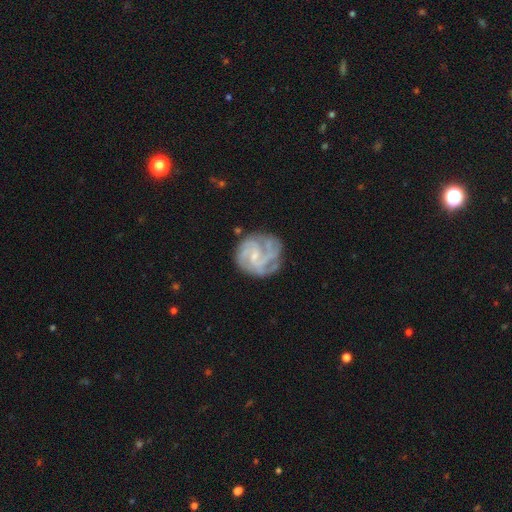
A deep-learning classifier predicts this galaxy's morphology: The model was most divided on "bar": no: 46%, weak: 45%, strong: 9%. Remaining: edge-on disk — no (98%); spiral arms — yes (95%); smooth or featured — featured or disk (83%); bulge size — small (69%); merging — none (67%); spiral winding — tight (51%); spiral arm count — 3 (33%).